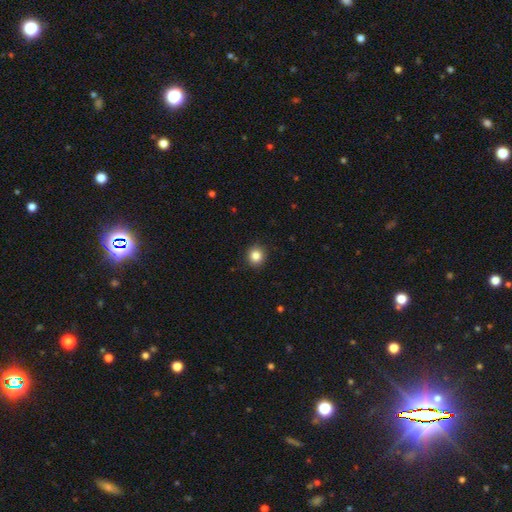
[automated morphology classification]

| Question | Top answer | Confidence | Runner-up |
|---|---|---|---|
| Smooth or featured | smooth | 85% | star or artifact (10%) |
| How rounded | round | 86% | in between (13%) |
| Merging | none | 91% | minor disturbance (6%) |